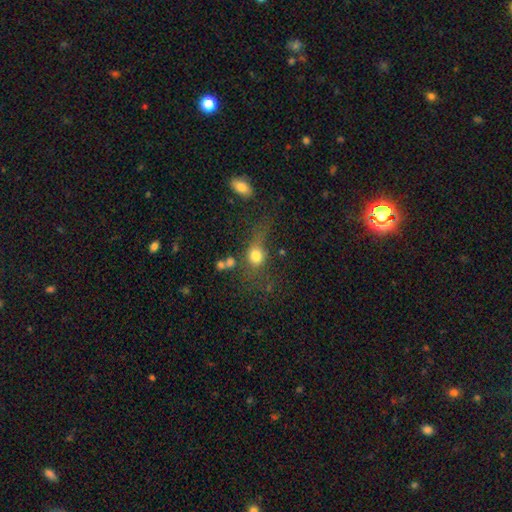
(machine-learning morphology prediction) Overall: smooth (71%). How rounded: round (62%; in between 33%). Merging: none (45%; major disturbance 22%).